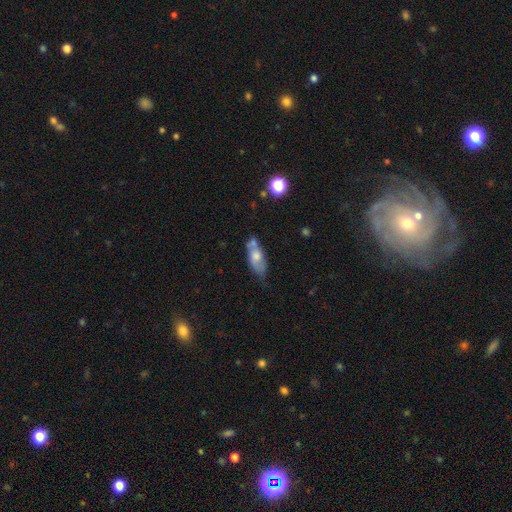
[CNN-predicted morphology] Smooth or featured? Predicted: smooth (p=0.60). How rounded? Predicted: in between (p=0.76). Merging? Predicted: none (p=0.40).